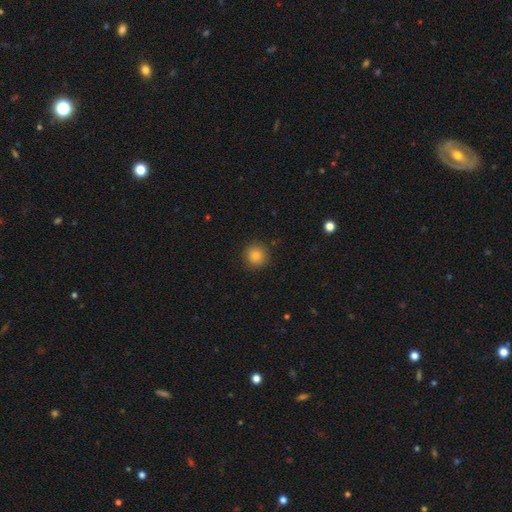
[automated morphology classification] Smooth or featured: smooth — 83% (star or artifact — 11%)
How rounded: round — 94% (in between — 5%)
Merging: none — 89% (minor disturbance — 7%)